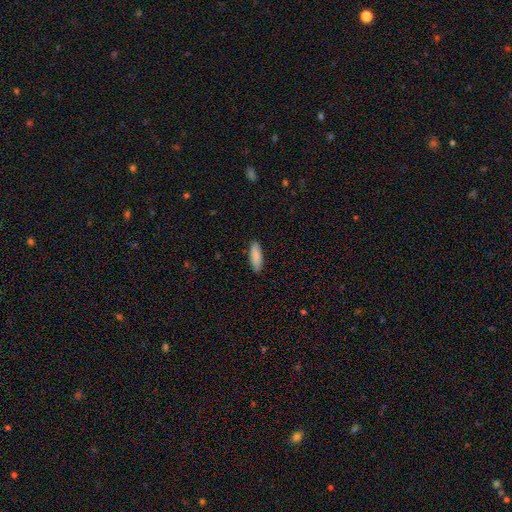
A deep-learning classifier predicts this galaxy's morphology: This is clearly a smooth galaxy (88%). How rounded: possibly in between (53%). Merging: clearly none (89%).